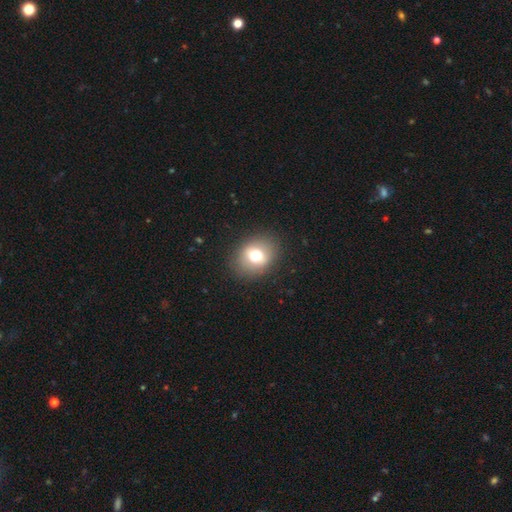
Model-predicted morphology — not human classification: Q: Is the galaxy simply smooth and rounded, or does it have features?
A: smooth — 71%.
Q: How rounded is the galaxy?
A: round — 53%.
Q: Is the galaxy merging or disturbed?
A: none — 87%.